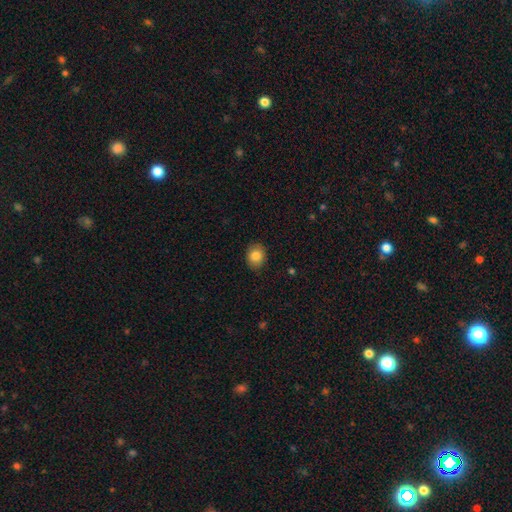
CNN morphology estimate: This is clearly a smooth galaxy (83%). How rounded: possibly round (55%). Merging: clearly none (89%).